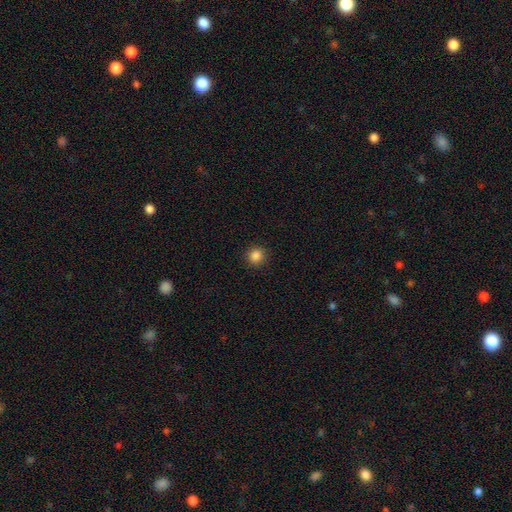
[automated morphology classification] type=smooth (86%); roundness=round (92%); merging=none (91%).